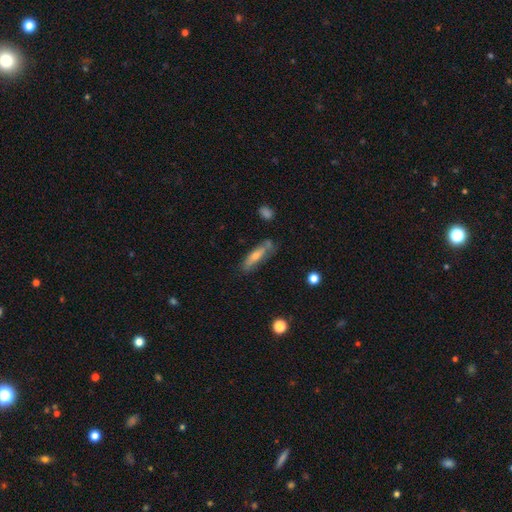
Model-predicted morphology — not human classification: Overall: smooth (50%; featured or disk 42%). Merging: none (63%; minor disturbance 24%).